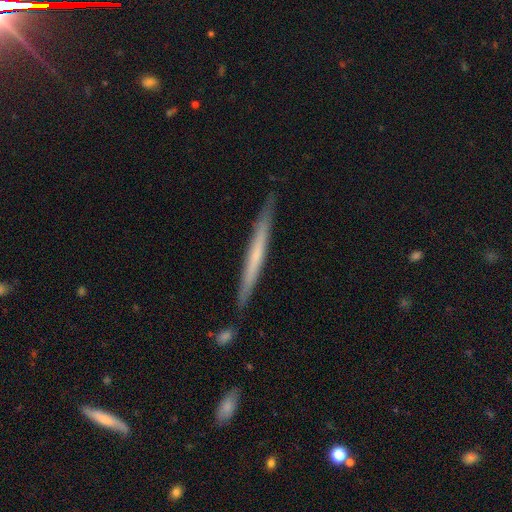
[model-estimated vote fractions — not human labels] A featured or disk galaxy (50%). Merging: none (86%).